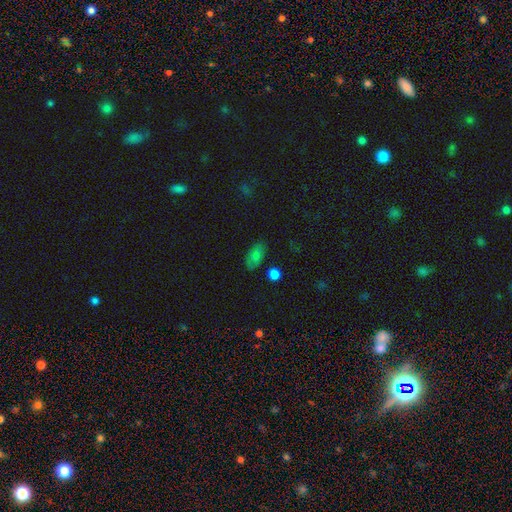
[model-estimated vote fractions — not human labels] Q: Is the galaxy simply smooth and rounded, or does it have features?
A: smooth — 80%.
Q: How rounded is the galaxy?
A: in between — 89%.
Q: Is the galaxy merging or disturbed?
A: none — 78%.